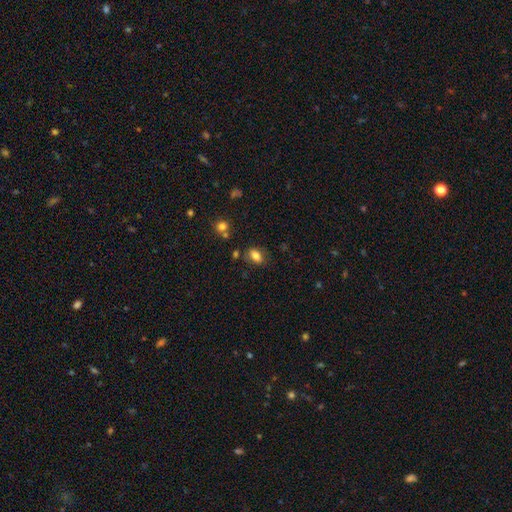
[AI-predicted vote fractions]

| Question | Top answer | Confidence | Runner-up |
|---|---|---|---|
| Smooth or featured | smooth | 81% | star or artifact (10%) |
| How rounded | in between | 83% | round (15%) |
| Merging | none | 75% | minor disturbance (15%) |